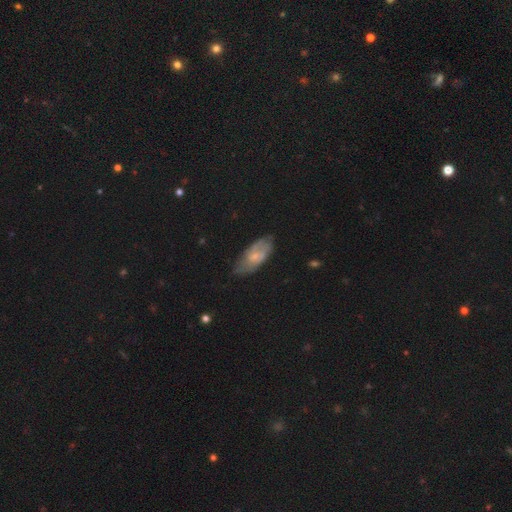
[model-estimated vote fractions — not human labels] Overall: featured or disk (51%; smooth 43%). Edge-on disk: no (88%). Merging: none (62%; minor disturbance 27%).